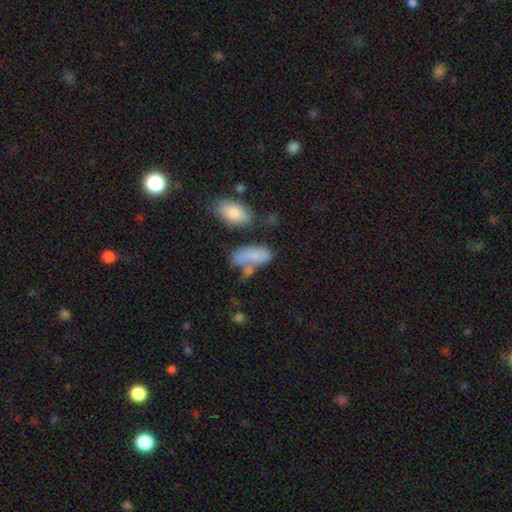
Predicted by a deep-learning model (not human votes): Smooth or featured: smooth — 72% (featured or disk — 19%)
How rounded: in between — 89% (cigar-shaped — 7%)
Merging: merger — 31% (tied with none — 31%)